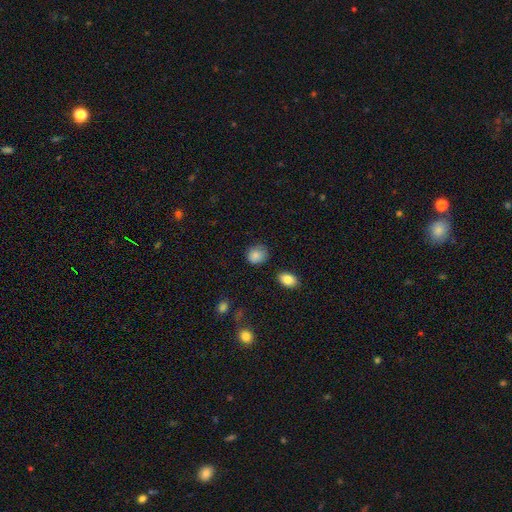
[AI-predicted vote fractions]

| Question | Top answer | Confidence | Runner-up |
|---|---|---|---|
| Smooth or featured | smooth | 85% | star or artifact (9%) |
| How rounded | round | 71% | in between (28%) |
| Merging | none | 74% | minor disturbance (19%) |